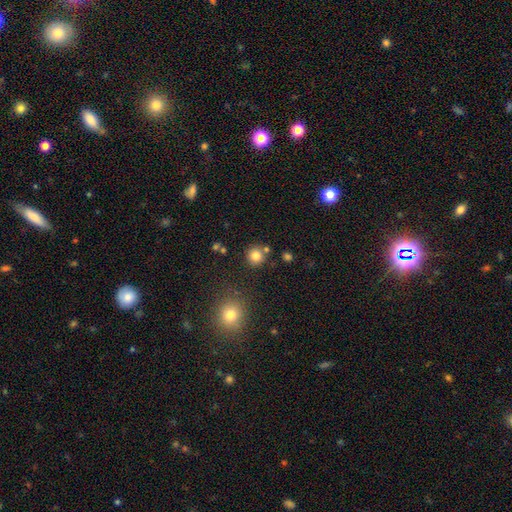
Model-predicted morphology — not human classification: type=smooth (81%); roundness=round (92%); merging=none (80%).